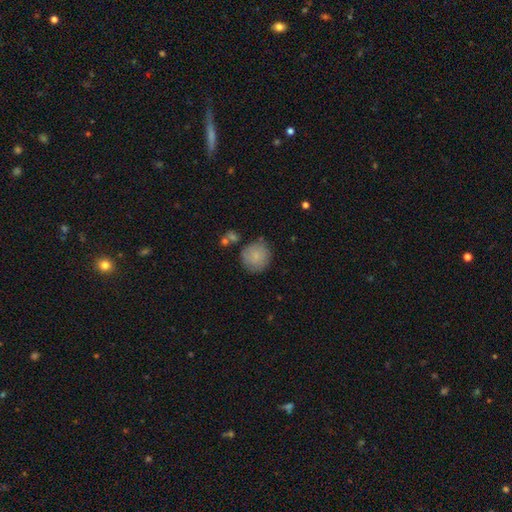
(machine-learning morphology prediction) The model was most divided on "merging": none: 75%, minor disturbance: 15%, merger: 5%, major disturbance: 4%. More confident: how rounded — round (90%); smooth or featured — smooth (81%).